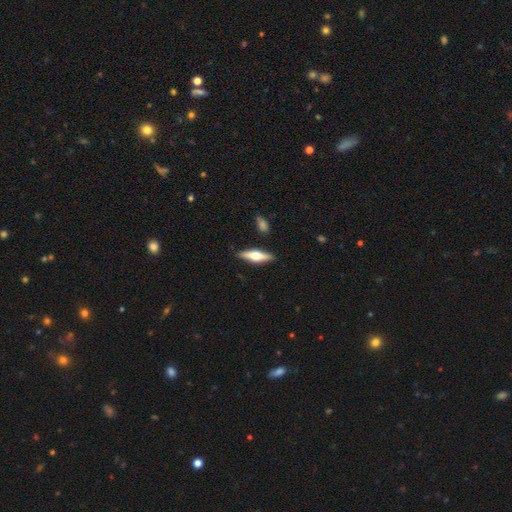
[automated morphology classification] A featured or disk galaxy (54%) viewed edge-on (94%) with a rounded central bulge (94%). Merging: none (87%).